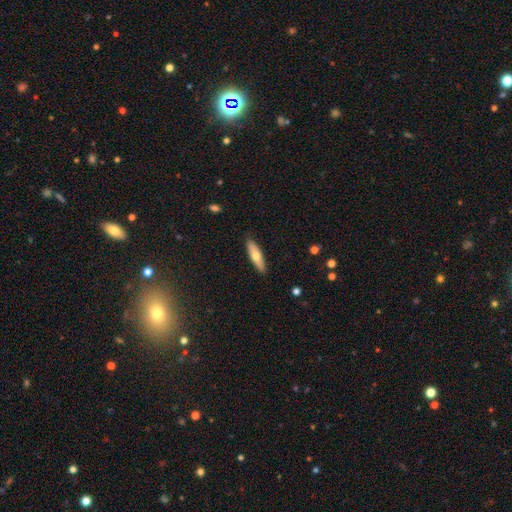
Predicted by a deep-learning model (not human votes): This is possibly a smooth galaxy (58%). How rounded: likely cigar-shaped (69%). Merging: clearly none (89%).